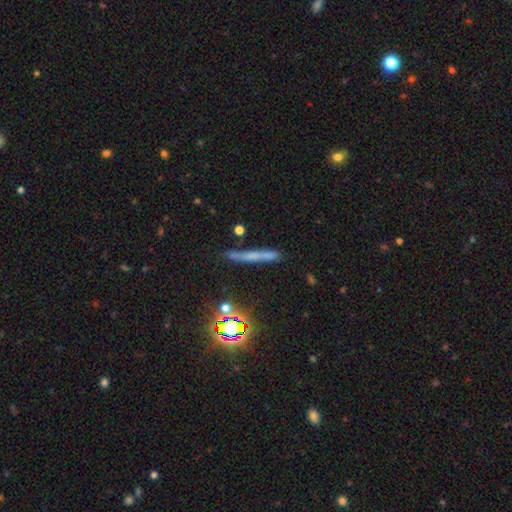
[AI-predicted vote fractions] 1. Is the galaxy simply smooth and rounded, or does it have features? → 42% smooth, 35% featured or disk, 23% star or artifact.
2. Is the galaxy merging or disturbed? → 81% none, 12% minor disturbance, 3% merger, 3% major disturbance.